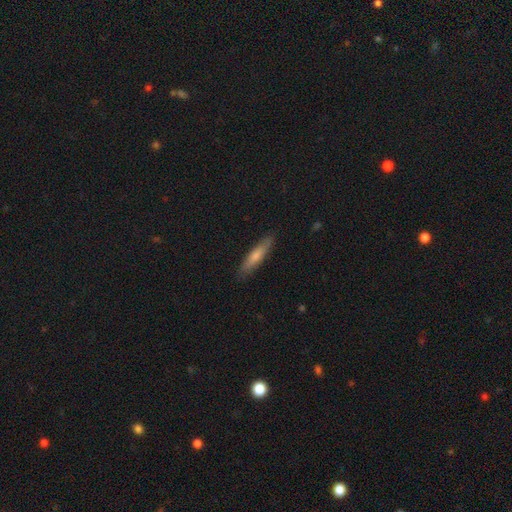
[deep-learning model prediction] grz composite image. It shows a smooth galaxy with no disk features (63%) that is cigar-shaped (86%). Merging: none (88%).